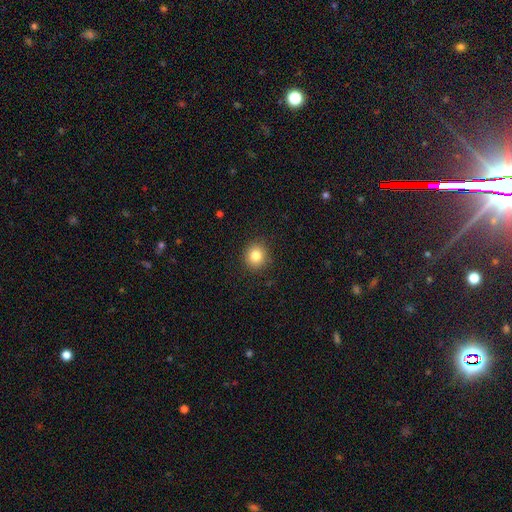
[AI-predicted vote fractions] Smooth or featured?
  - smooth: 83% *
  - star or artifact: 11%
  - featured or disk: 6%
How rounded?
  - round: 86% *
  - in between: 13%
  - cigar-shaped: 1%
Merging?
  - none: 90% *
  - minor disturbance: 7%
  - major disturbance: 2%
  - merger: 1%